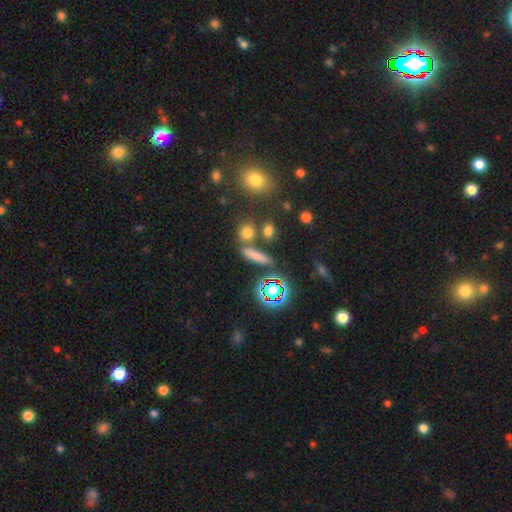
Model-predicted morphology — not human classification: This is likely a smooth galaxy (68%). How rounded: possibly cigar-shaped (59%). Merging: likely none (70%).